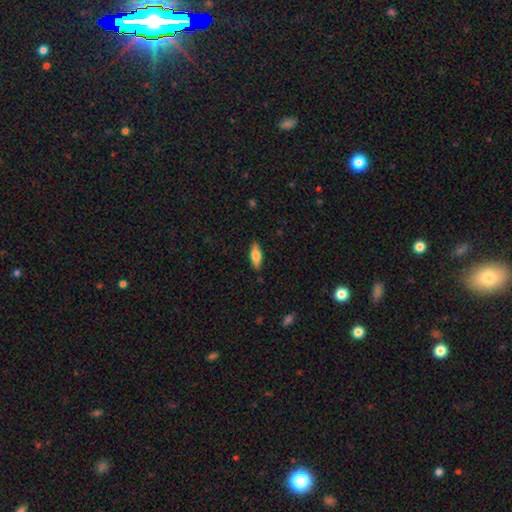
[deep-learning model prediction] smooth_or_featured: smooth (p=0.71) [alt: featured or disk p=0.22]
how_rounded: in between (p=0.69) [alt: cigar-shaped p=0.29]
merging: none (p=0.86) [alt: minor disturbance p=0.11]